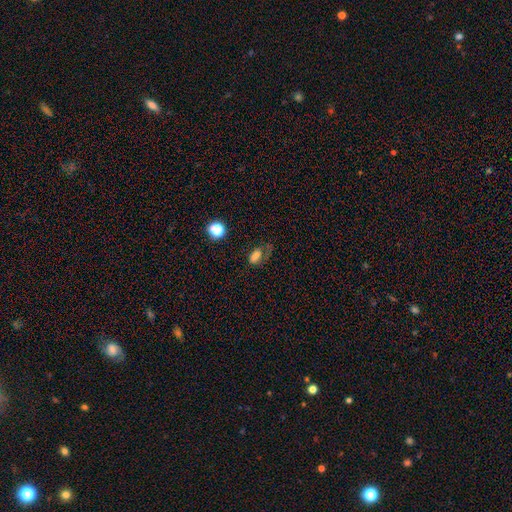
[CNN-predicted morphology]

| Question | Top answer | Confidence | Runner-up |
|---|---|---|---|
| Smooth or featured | smooth | 71% | star or artifact (17%) |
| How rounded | in between | 81% | round (13%) |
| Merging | none | 48% | minor disturbance (24%) |